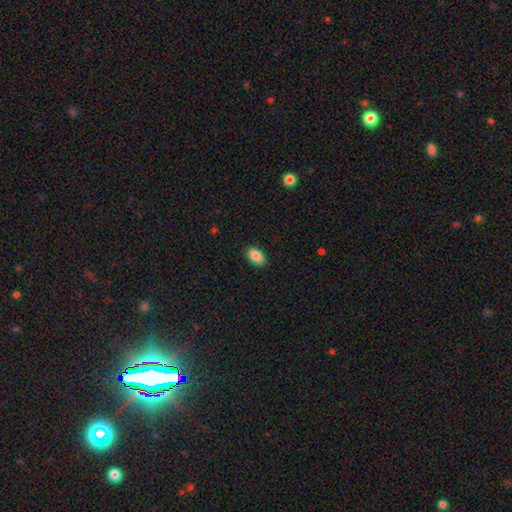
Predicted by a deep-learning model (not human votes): Morphology: type=smooth (86%); roundness=in between (92%); merging=none (89%).